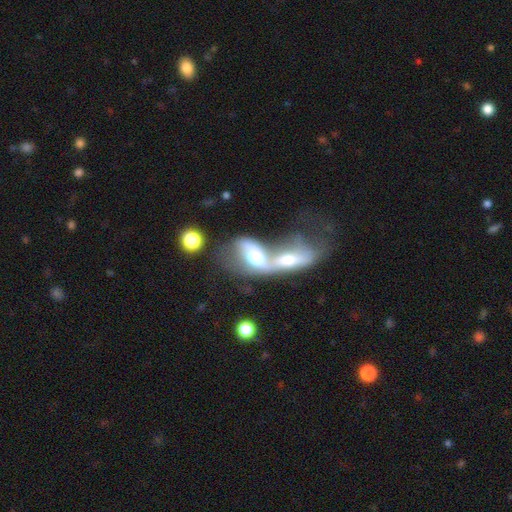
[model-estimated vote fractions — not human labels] Morphology: type=featured or disk (53%); edge-on=no (90%); merging=merger (82%).